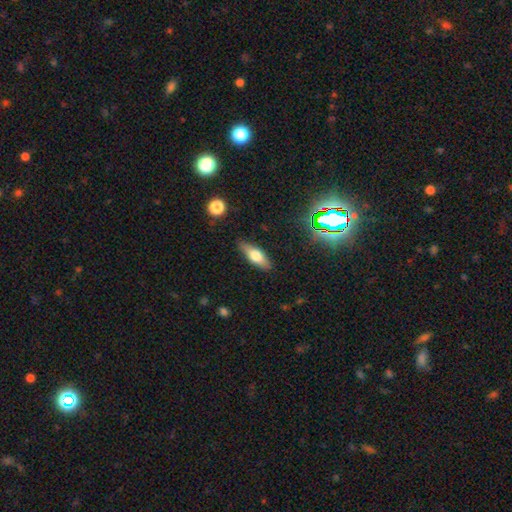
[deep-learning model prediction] smooth_or_featured: smooth (p=0.59) [alt: featured or disk p=0.32]
how_rounded: in between (p=0.63) [alt: cigar-shaped p=0.34]
merging: none (p=0.86) [alt: minor disturbance p=0.11]